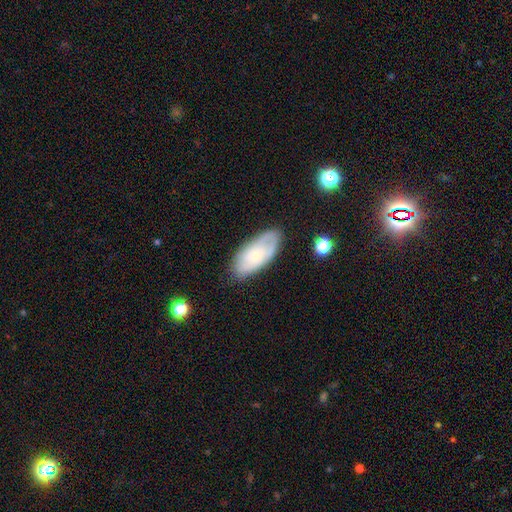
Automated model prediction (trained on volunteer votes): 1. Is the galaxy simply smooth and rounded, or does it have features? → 48% smooth, 45% featured or disk, 7% star or artifact.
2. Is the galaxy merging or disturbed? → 74% none, 19% minor disturbance, 5% major disturbance, 2% merger.